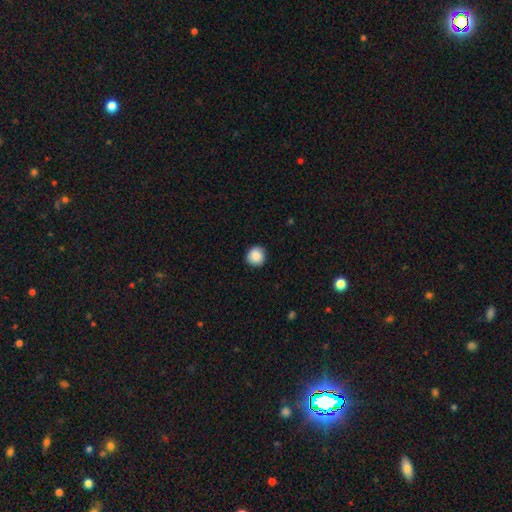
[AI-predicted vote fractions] Overall: smooth (89%). How rounded: round (94%). Merging: none (89%).